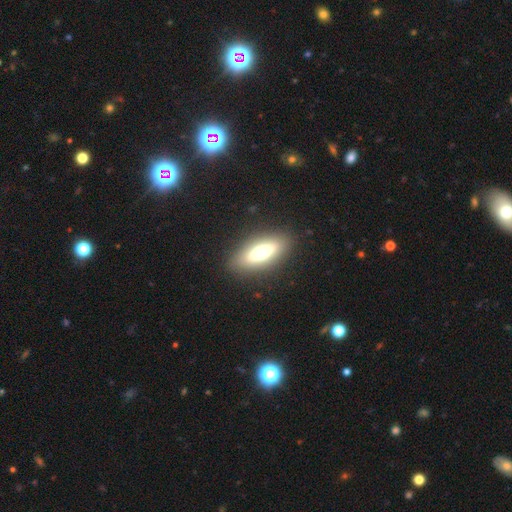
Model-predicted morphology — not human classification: type=smooth (56%); roundness=in between (60%); merging=none (87%).